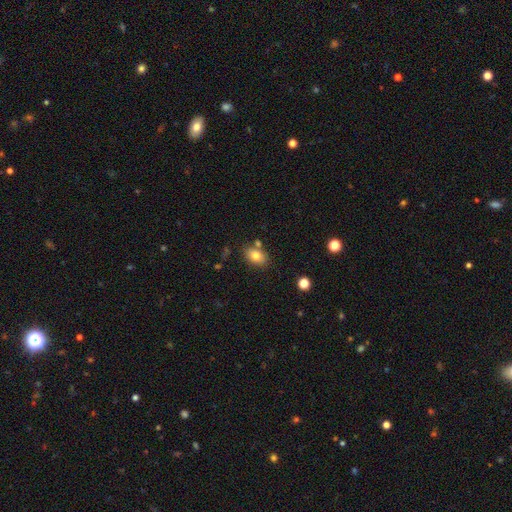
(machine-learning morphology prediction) type=smooth (78%); roundness=in between (84%); merging=none (75%).